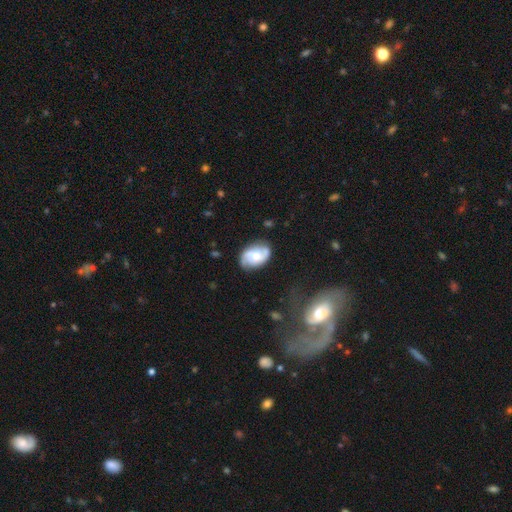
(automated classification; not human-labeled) A featured or disk galaxy (68%) with no bar (59%), 2 (71%) medium (46%) spiral arms (92%) and a moderate central bulge (50%). Merging: none (73%).